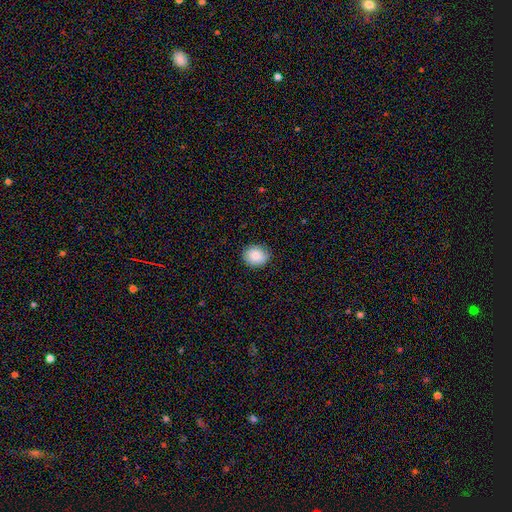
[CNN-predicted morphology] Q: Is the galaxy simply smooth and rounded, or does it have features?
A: smooth — 87%.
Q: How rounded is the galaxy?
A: round — 62%.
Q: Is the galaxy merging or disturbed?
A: none — 86%.